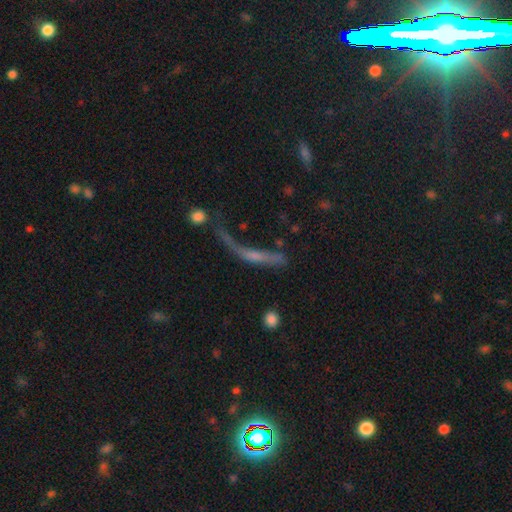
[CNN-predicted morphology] A featured or disk galaxy (50%) viewed edge-on (51%).

Vote fractions:
- Smooth or featured? featured or disk: 50% / smooth: 37% / star or artifact: 13%
- Edge-on disk? yes: 51% / no: 49%
- Merging? major disturbance: 42% / none: 27% / merger: 16% / minor disturbance: 15%